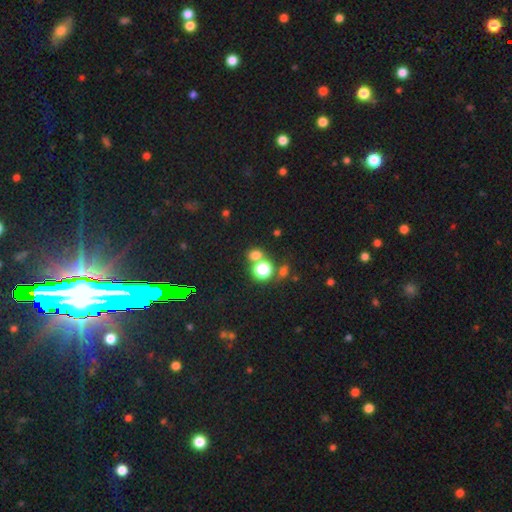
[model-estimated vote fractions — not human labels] Smooth or featured?
  - smooth: 66% *
  - star or artifact: 27%
  - featured or disk: 7%
How rounded?
  - round: 68% *
  - in between: 31%
  - cigar-shaped: 1%
Merging?
  - none: 61% *
  - merger: 26%
  - minor disturbance: 9%
  - major disturbance: 4%